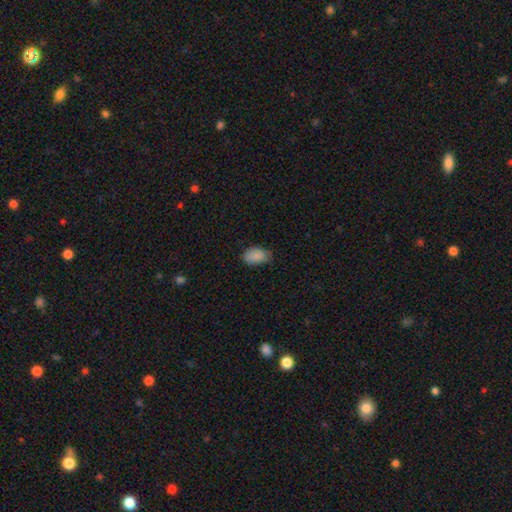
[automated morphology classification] smooth_or_featured: smooth (p=0.88) [alt: star or artifact p=0.08]
how_rounded: in between (p=0.91) [alt: round p=0.08]
merging: none (p=0.66) [alt: minor disturbance p=0.28]